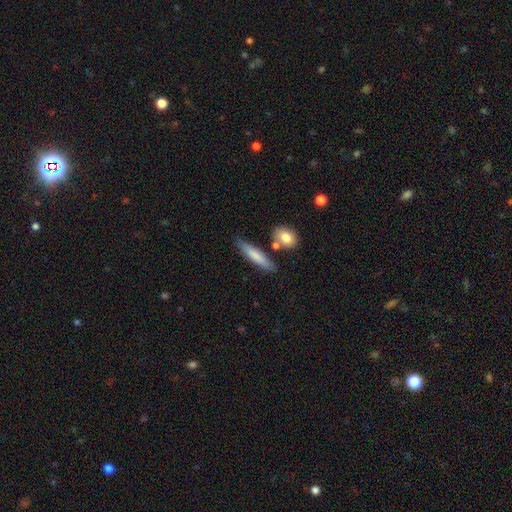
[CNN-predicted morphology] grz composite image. It shows a smooth galaxy with no disk features (76%) that is cigar-shaped (79%). Merging: none (77%).